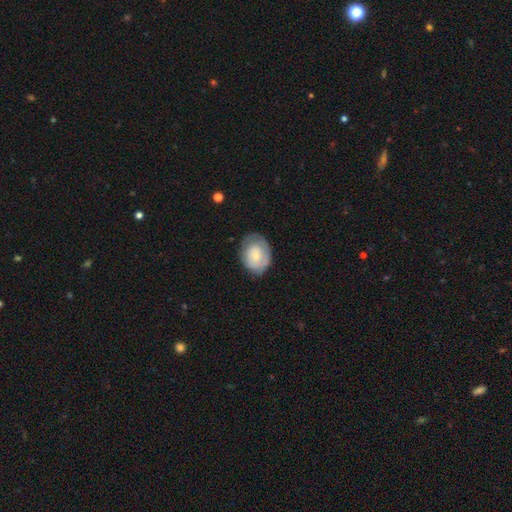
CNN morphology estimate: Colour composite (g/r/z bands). It shows a smooth galaxy with no disk features (58%) that is in between round and cigar-shaped (57%). Merging: none (67%).